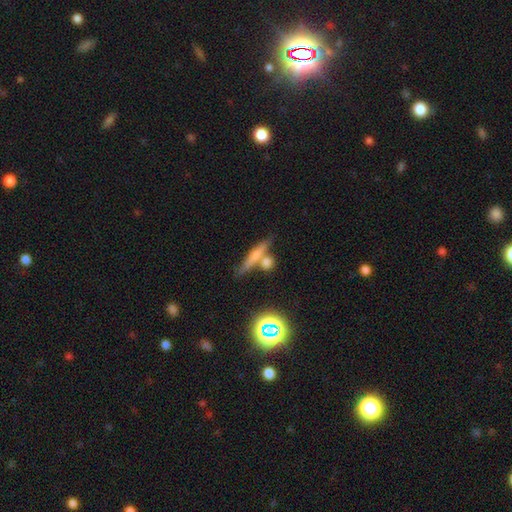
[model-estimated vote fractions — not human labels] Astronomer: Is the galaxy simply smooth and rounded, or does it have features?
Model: smooth — 50% (runner-up: featured or disk, 39%).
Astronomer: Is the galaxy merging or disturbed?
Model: none — 60%.